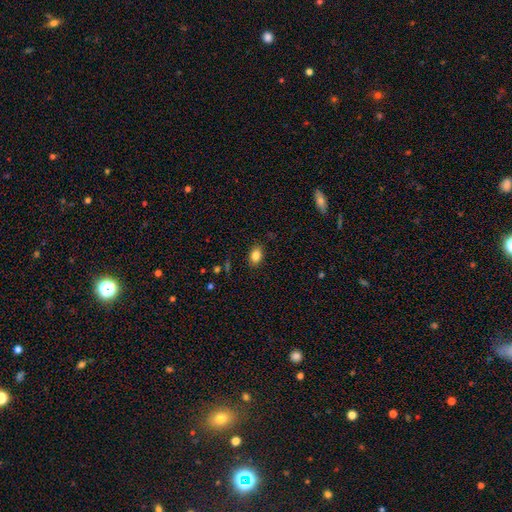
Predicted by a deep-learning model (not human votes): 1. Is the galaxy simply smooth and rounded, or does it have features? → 84% smooth, 9% star or artifact, 6% featured or disk.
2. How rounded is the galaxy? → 79% in between, 20% round, 1% cigar-shaped.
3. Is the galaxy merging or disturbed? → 86% none, 10% minor disturbance, 3% major disturbance, 1% merger.